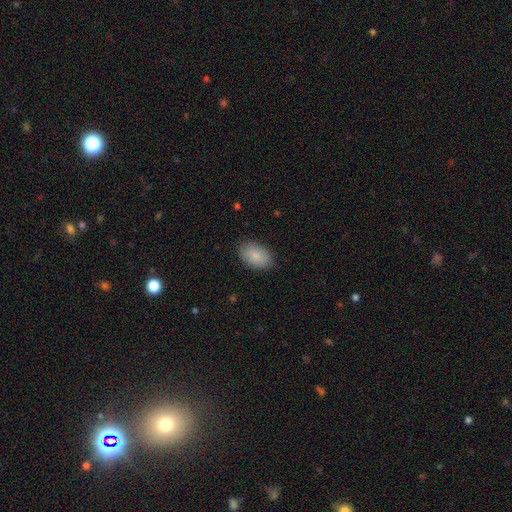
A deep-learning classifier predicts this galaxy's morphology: Smooth or featured: smooth — 88% (star or artifact — 6%)
How rounded: in between — 92% (round — 7%)
Merging: none — 86% (minor disturbance — 10%)